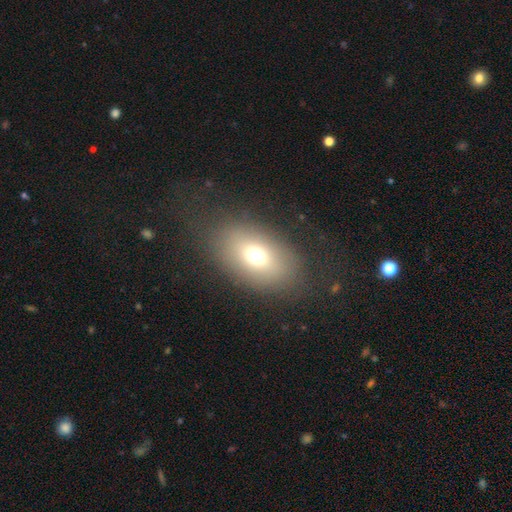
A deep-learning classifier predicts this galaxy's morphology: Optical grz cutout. It shows a smooth galaxy with no disk features (69%) that is in between round and cigar-shaped (84%). Merging: none (77%).